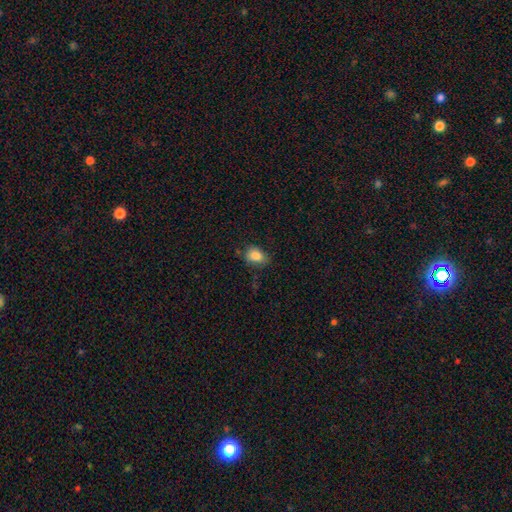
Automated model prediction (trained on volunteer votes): A smooth galaxy with no disk features (85%) that is in between round and cigar-shaped (72%). Merging: none (66%).